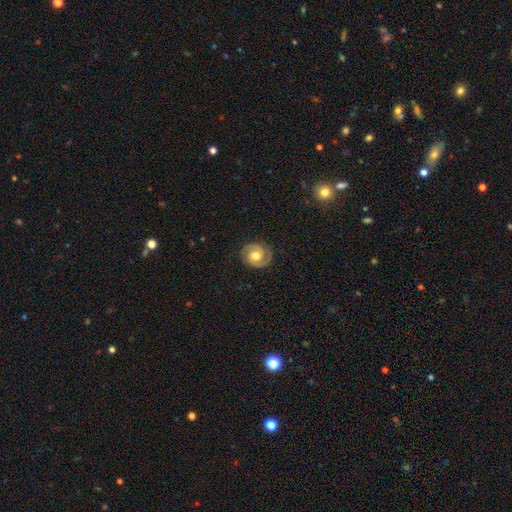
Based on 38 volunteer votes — Volunteers were most divided on "spiral winding": tight: 65%, medium: 35%, loose: 0%. More confident: edge-on disk — no (100%); spiral arms — yes (100%); spiral arm count — 2 (100%); smooth or featured — featured or disk (97%); merging — none (92%); bulge size — moderate (86%); bar — no (65%).